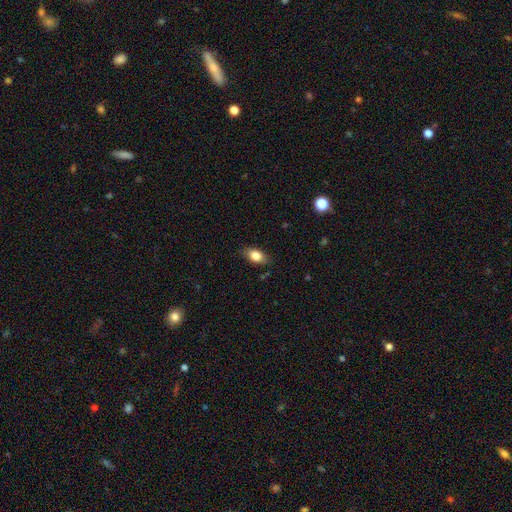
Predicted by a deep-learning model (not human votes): smooth 82%, featured or disk 10%, star or artifact 8%. Down the decision tree: how rounded — in between (87%); merging — none (83%).